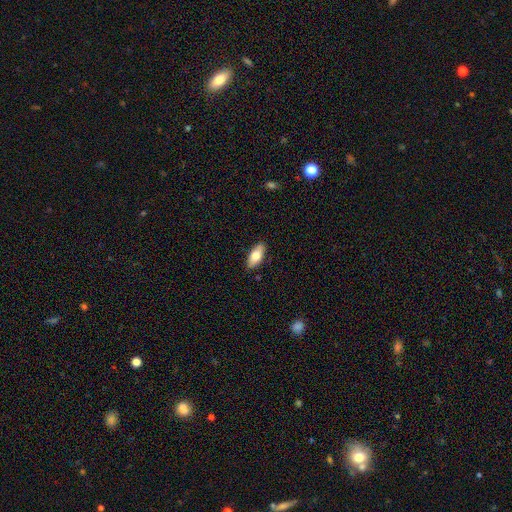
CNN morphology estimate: smooth-or-featured: smooth: 74% | featured or disk: 19% | star or artifact: 6%
  how-rounded: in between: 85% | cigar-shaped: 12% | round: 3%
  merging: none: 88% | minor disturbance: 9% | major disturbance: 2% | merger: 1%